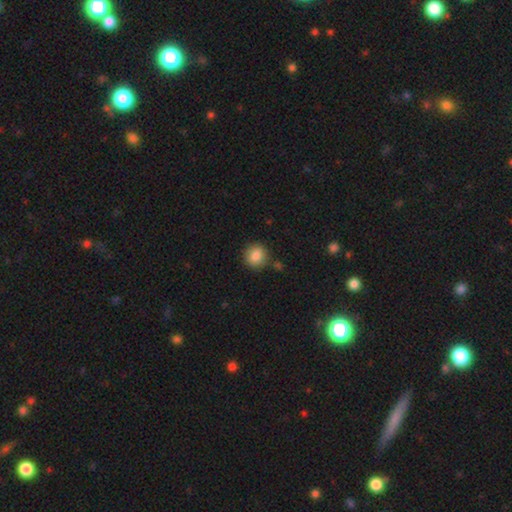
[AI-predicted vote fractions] A smooth galaxy with no disk features (86%) that is round (86%). Merging: none (84%).